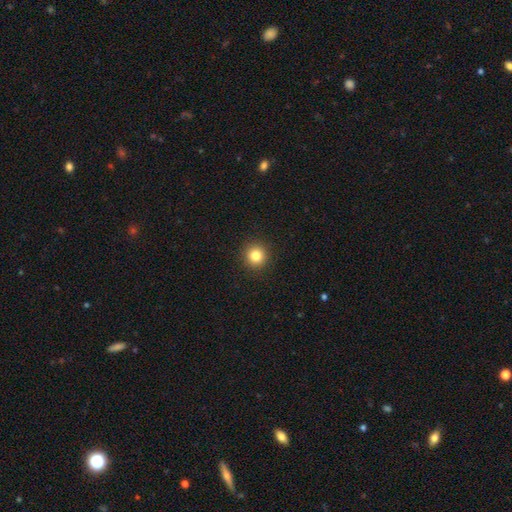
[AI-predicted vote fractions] The model was most divided on "smooth or featured": smooth: 83%, star or artifact: 11%, featured or disk: 6%. More confident: how rounded — round (94%); merging — none (92%).